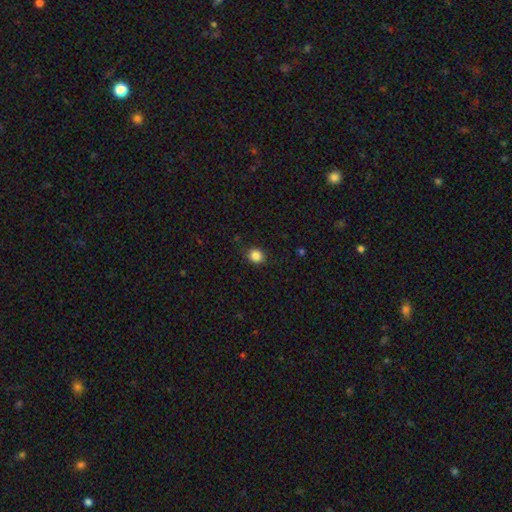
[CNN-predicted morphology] Overall: smooth (85%). How rounded: round (80%). Merging: none (86%).